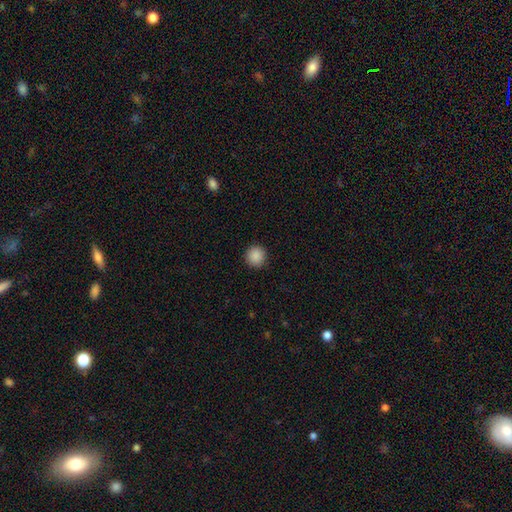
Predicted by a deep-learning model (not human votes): Smooth or featured? Predicted: smooth (p=0.88). How rounded? Predicted: round (p=0.94). Merging? Predicted: none (p=0.92).